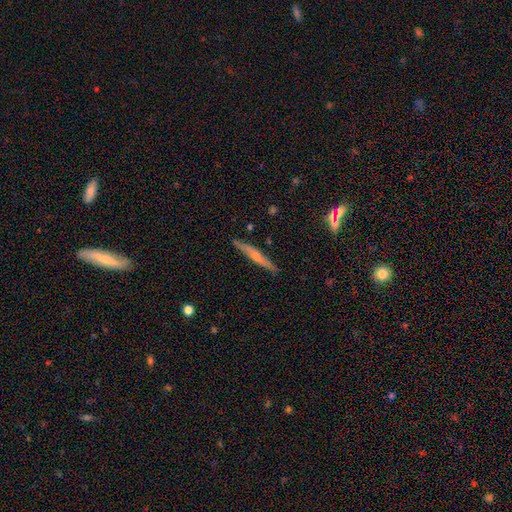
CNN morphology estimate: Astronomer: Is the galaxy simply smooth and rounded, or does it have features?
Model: featured or disk — 54% (runner-up: smooth, 40%).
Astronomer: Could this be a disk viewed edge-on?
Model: yes — 95%.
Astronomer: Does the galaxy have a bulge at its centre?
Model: rounded — 59%.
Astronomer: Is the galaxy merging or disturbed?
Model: none — 87%.